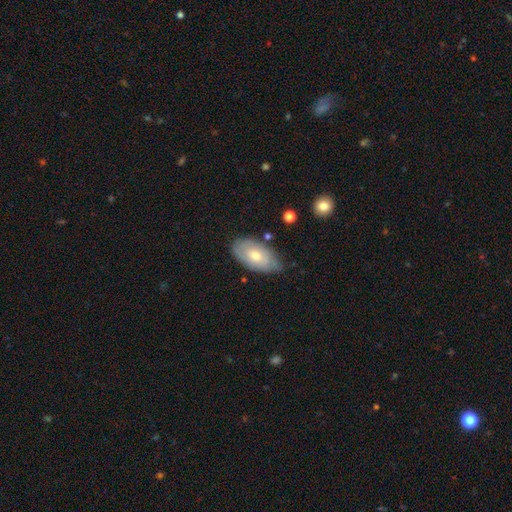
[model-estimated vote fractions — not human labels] Smooth or featured?
  - smooth: 55% *
  - featured or disk: 38%
  - star or artifact: 7%
How rounded?
  - in between: 93% *
  - round: 5%
  - cigar-shaped: 2%
Merging?
  - none: 67% *
  - minor disturbance: 26%
  - major disturbance: 4%
  - merger: 3%